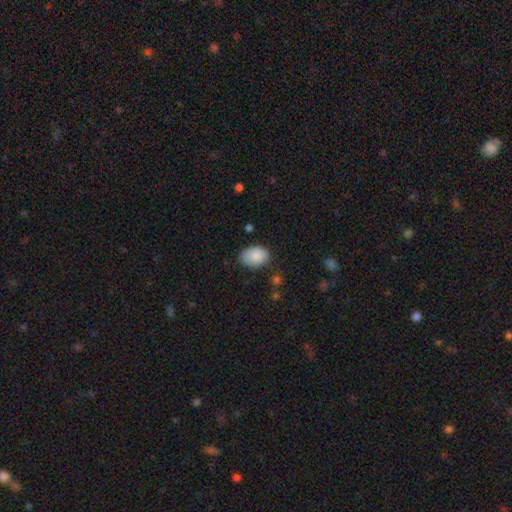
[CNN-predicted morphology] Smooth or featured? smooth (87%)
How rounded? in between (83%)
Merging? none (69%)